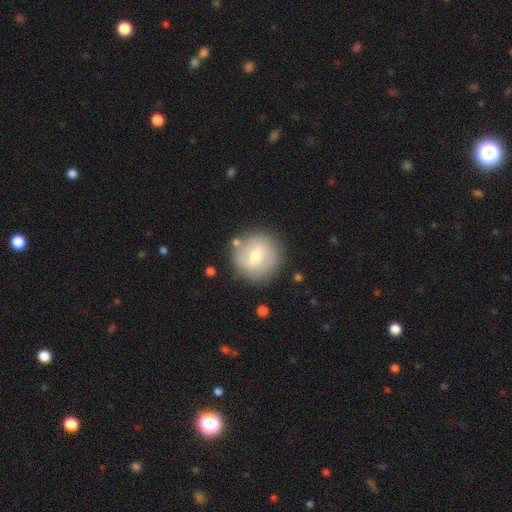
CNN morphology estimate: This is possibly a smooth galaxy (59%). How rounded: clearly round (94%). Merging: clearly none (83%).